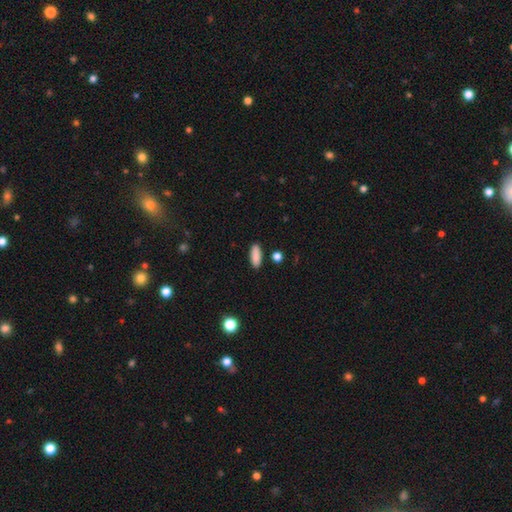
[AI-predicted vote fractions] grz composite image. It shows a smooth galaxy with no disk features (88%) that is in between round and cigar-shaped (70%). Merging: none (87%).